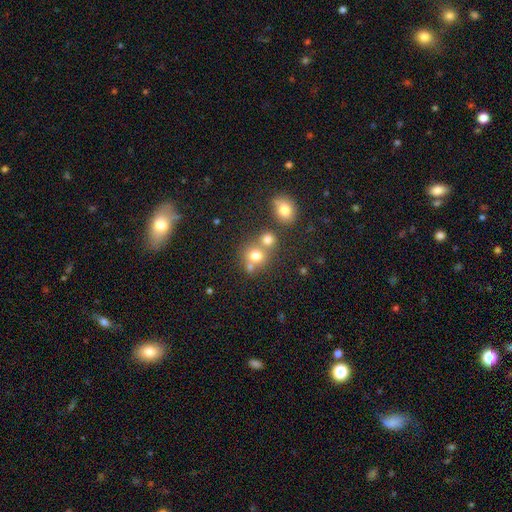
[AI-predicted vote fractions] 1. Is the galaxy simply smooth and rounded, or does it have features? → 73% smooth, 15% star or artifact, 12% featured or disk.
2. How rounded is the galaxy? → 82% round, 17% in between, 1% cigar-shaped.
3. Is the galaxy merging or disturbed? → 50% none, 38% merger, 8% minor disturbance, 4% major disturbance.